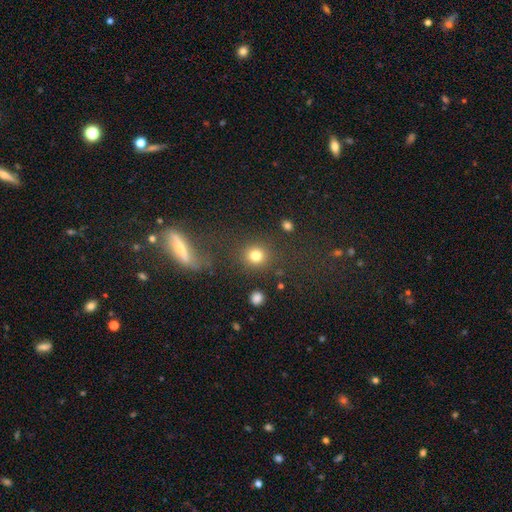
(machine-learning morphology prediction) The model was most divided on "smooth or featured": smooth: 80%, star or artifact: 13%, featured or disk: 7%. More confident: how rounded — round (86%); merging — none (80%).